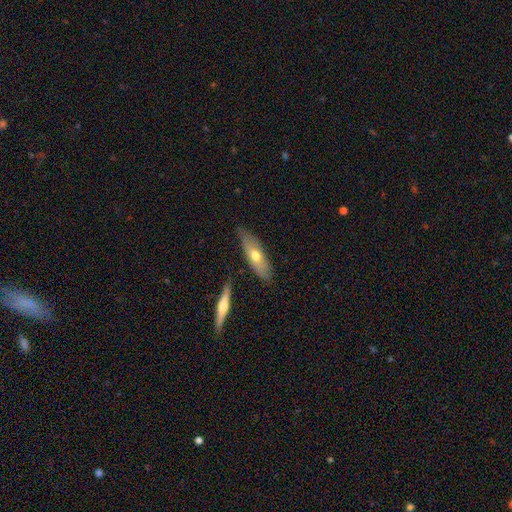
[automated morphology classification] Smooth or featured?
  - smooth: 56% *
  - featured or disk: 39%
  - star or artifact: 6%
How rounded?
  - in between: 56% *
  - cigar-shaped: 42%
  - round: 2%
Merging?
  - none: 76% *
  - minor disturbance: 17%
  - merger: 4%
  - major disturbance: 3%